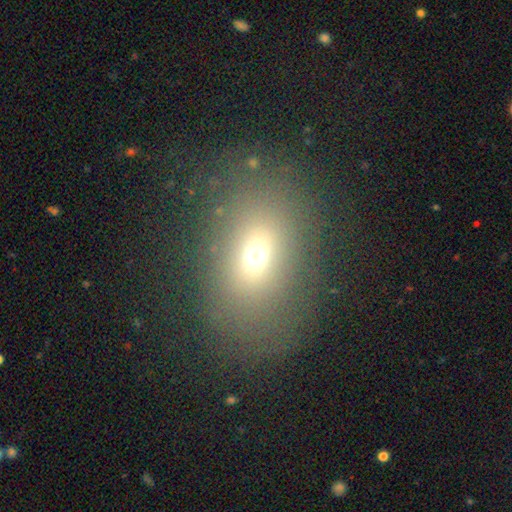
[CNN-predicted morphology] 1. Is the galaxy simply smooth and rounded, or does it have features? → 66% smooth, 19% star or artifact, 15% featured or disk.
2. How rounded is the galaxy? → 67% in between, 32% round, 2% cigar-shaped.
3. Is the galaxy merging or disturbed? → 76% none, 12% minor disturbance, 9% major disturbance, 2% merger.